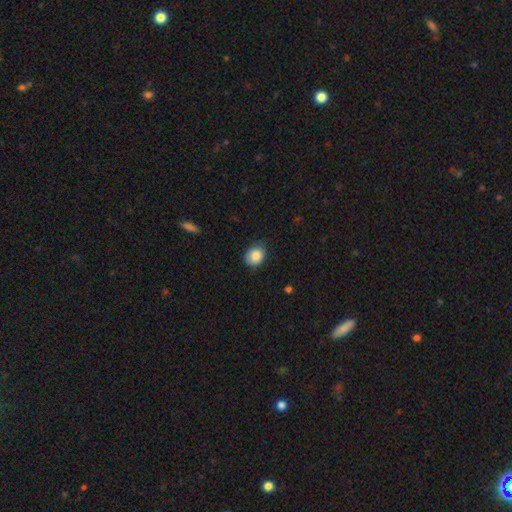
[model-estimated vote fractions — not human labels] This is clearly a smooth galaxy (86%). How rounded: possibly round (55%). Merging: likely none (69%).